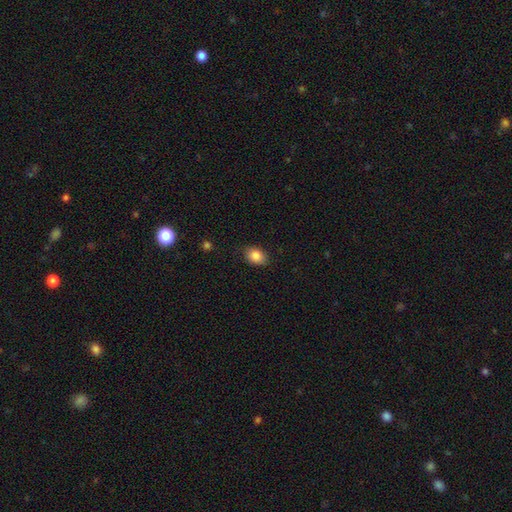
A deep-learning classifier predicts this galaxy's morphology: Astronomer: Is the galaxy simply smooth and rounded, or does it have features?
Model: smooth — 87%.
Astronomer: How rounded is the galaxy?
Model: in between — 75%.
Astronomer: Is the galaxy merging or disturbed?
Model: none — 83%.